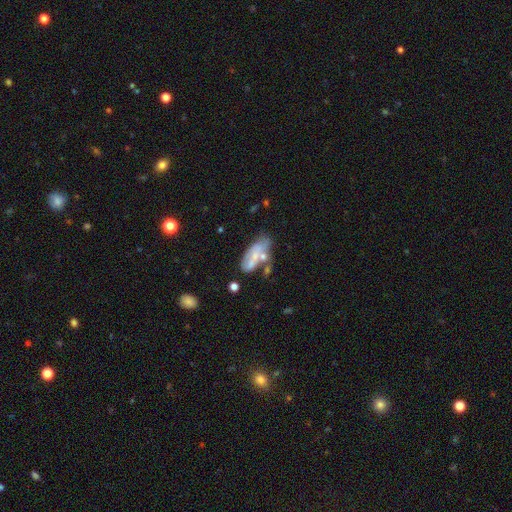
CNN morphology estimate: type=featured or disk (46%); merging=merger (33%).